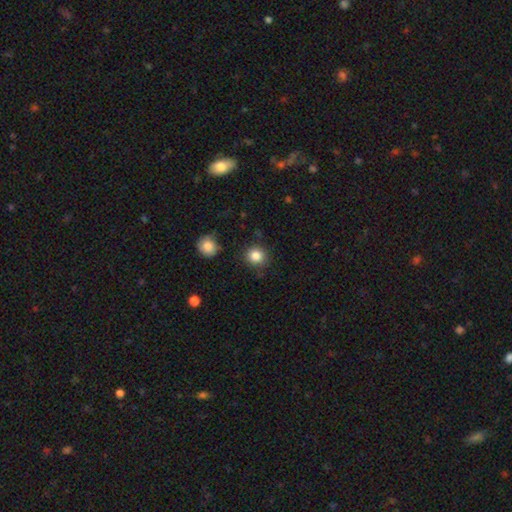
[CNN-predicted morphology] smooth-or-featured: smooth: 84% | star or artifact: 10% | featured or disk: 5%
  how-rounded: round: 91% | in between: 8% | cigar-shaped: 1%
  merging: none: 87% | minor disturbance: 8% | major disturbance: 2% | merger: 2%